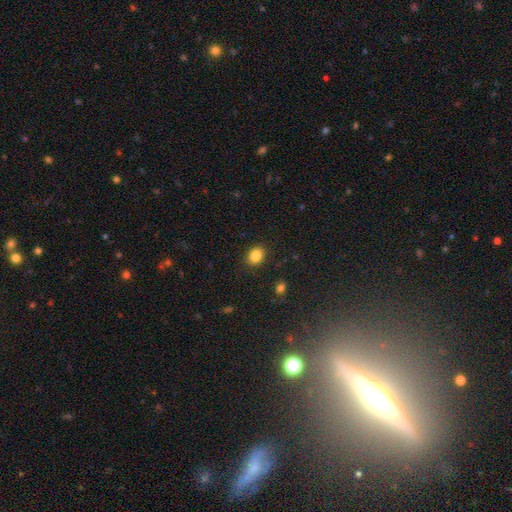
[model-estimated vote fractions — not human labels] This is clearly a smooth galaxy (86%). How rounded: possibly in between (59%). Merging: clearly none (84%).